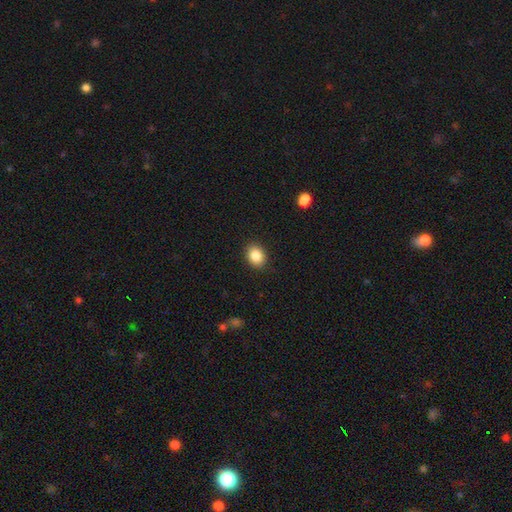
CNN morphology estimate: This appears to be a smooth galaxy with no disk features (87%) that is in between round and cigar-shaped (55%). Merging: none (89%).